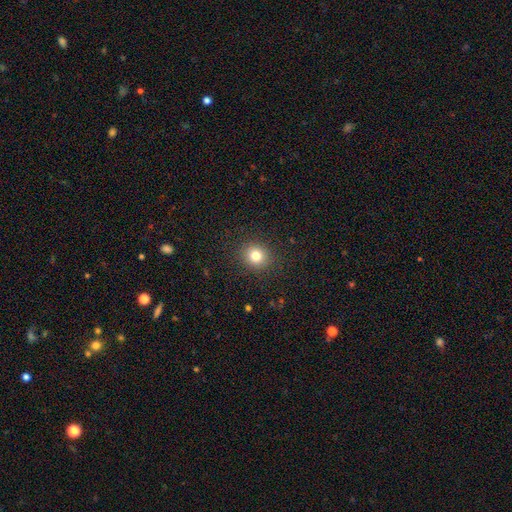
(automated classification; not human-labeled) A smooth galaxy with no disk features (80%) that is round (84%). Merging: none (90%).